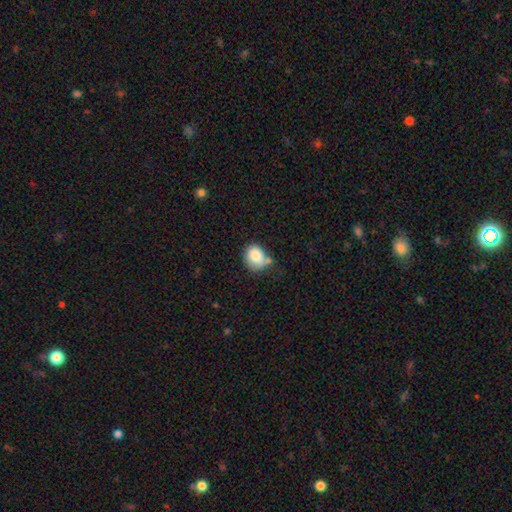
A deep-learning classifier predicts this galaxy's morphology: The model was most divided on "how rounded": round: 51%, in between: 48%, cigar-shaped: 1%. Remaining: smooth or featured — smooth (82%); merging — none (48%).